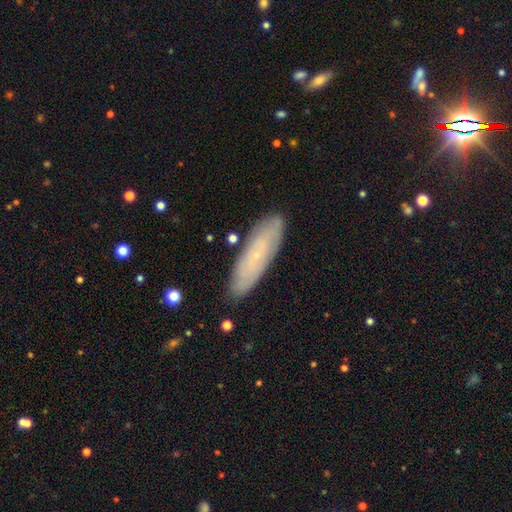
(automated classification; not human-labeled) A smooth galaxy with no disk features (54%) that is cigar-shaped (59%).

Vote fractions:
- Smooth or featured? smooth: 54% / featured or disk: 37% / star or artifact: 9%
- How rounded? cigar-shaped: 59% / in between: 38% / round: 2%
- Merging? none: 86% / minor disturbance: 10% / major disturbance: 2% / merger: 2%